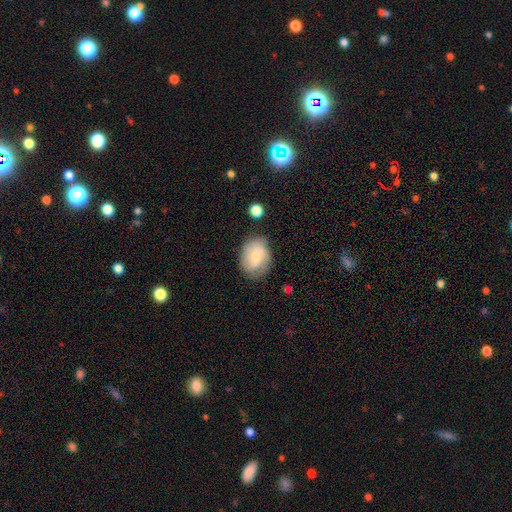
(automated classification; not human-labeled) Morphology: type=smooth (56%); roundness=in between (66%); merging=none (67%).